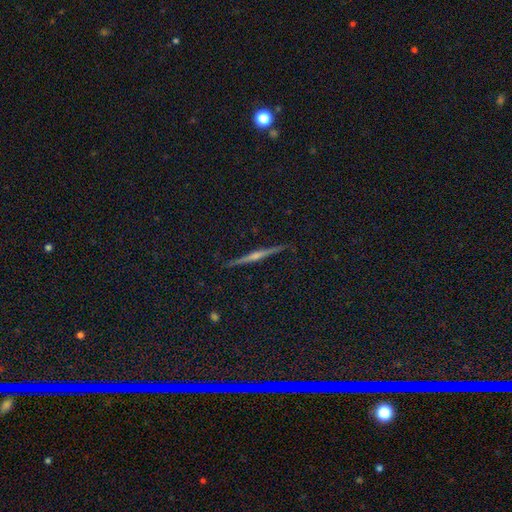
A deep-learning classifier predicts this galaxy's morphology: This is likely a featured or disk galaxy (78%). It is clearly viewed edge-on (98%). Edge-on bulge: likely rounded (73%). Merging: clearly none (91%).